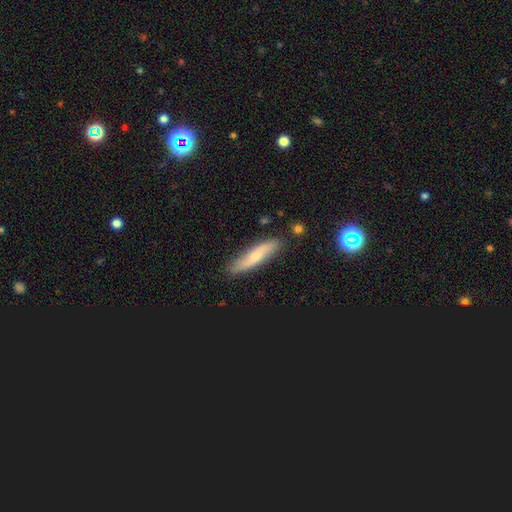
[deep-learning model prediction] Smooth or featured? smooth (51%)
How rounded? cigar-shaped (80%)
Merging? none (84%)